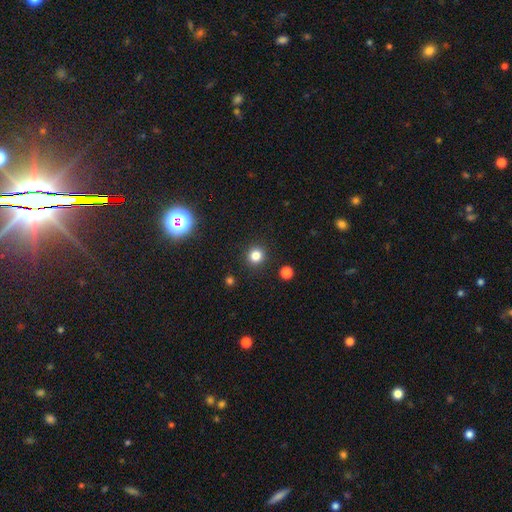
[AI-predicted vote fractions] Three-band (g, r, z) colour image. It shows a smooth galaxy with no disk features (80%) that is round (93%). Merging: none (92%).